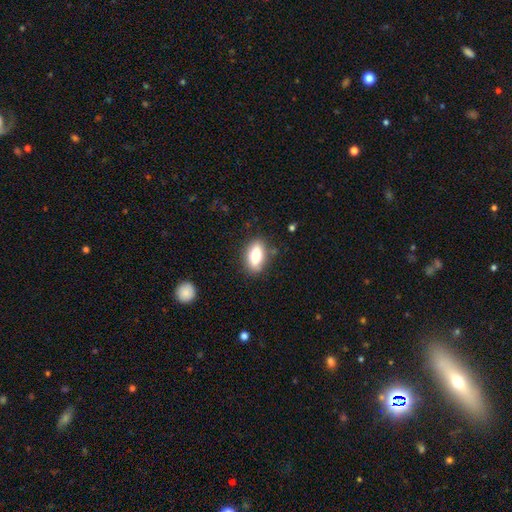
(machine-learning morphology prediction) type=smooth (78%); roundness=in between (86%); merging=none (84%).